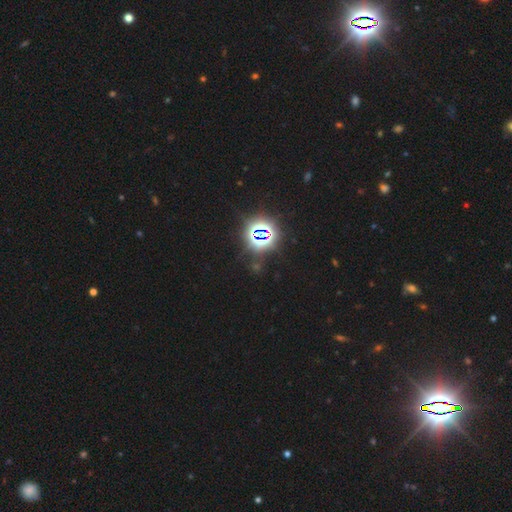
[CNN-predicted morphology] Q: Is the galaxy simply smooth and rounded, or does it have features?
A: star or artifact — 85%.